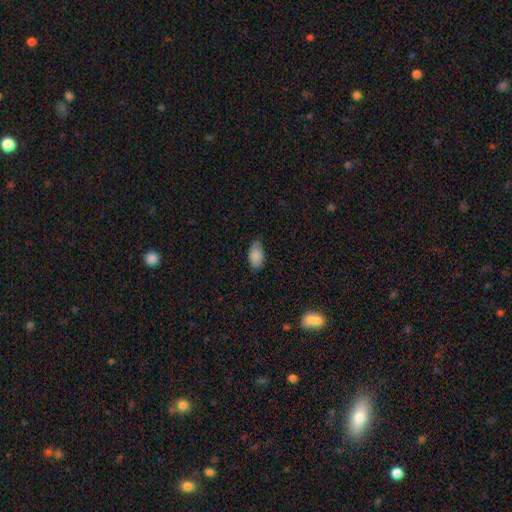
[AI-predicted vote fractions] This is clearly a smooth galaxy (85%). How rounded: clearly in between (93%). Merging: likely none (69%).